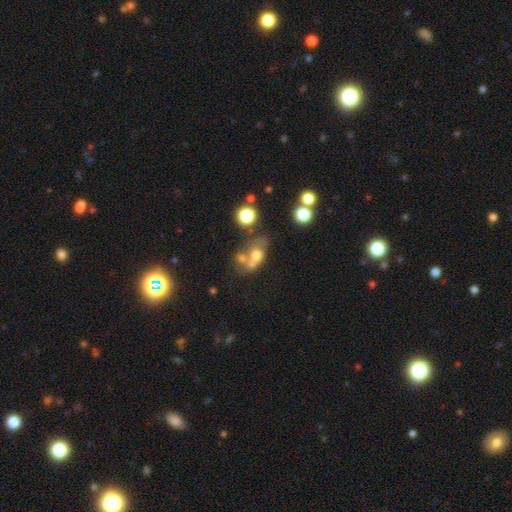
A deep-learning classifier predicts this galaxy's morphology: Smooth or featured?
  - smooth: 54% *
  - featured or disk: 27%
  - star or artifact: 19%
How rounded?
  - round: 51% *
  - in between: 46%
  - cigar-shaped: 3%
Merging?
  - merger: 48% *
  - none: 31%
  - minor disturbance: 12%
  - major disturbance: 9%